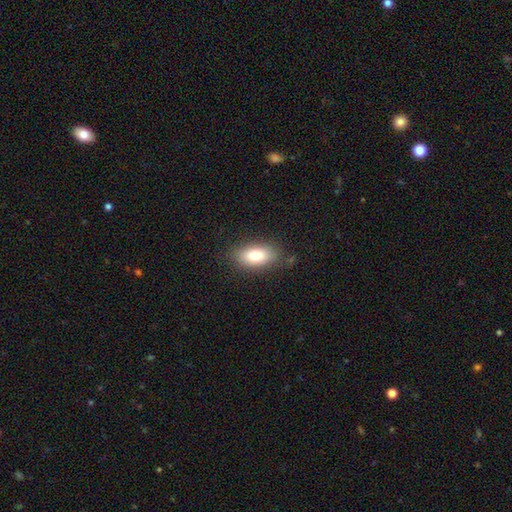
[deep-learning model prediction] The model was most divided on "smooth or featured": smooth: 77%, featured or disk: 14%, star or artifact: 8%. More confident: how rounded — in between (88%); merging — none (83%).